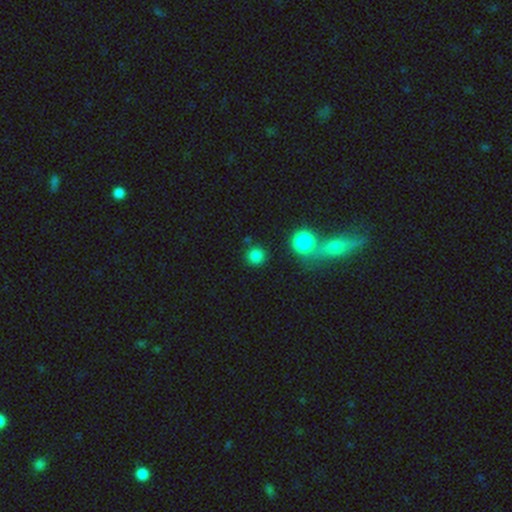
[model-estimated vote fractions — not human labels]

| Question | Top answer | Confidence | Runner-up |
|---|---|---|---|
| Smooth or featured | smooth | 79% | star or artifact (17%) |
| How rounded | round | 94% | in between (5%) |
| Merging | none | 84% | minor disturbance (8%) |